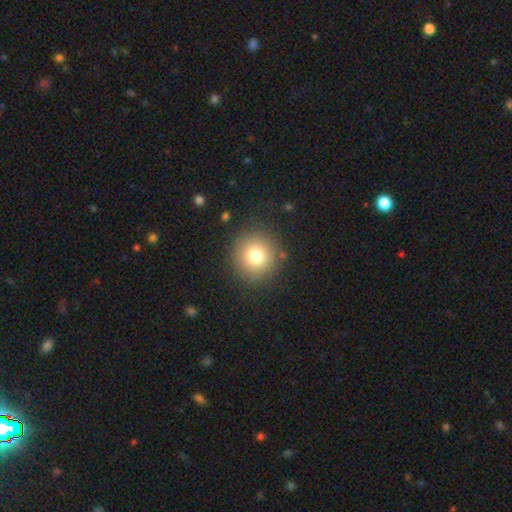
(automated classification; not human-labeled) A smooth galaxy with no disk features (77%) that is round (94%). Merging: none (87%).